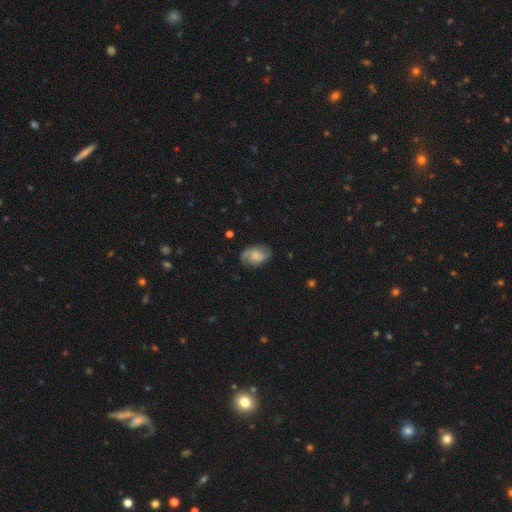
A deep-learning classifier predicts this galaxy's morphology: type=smooth (47%); merging=none (74%).